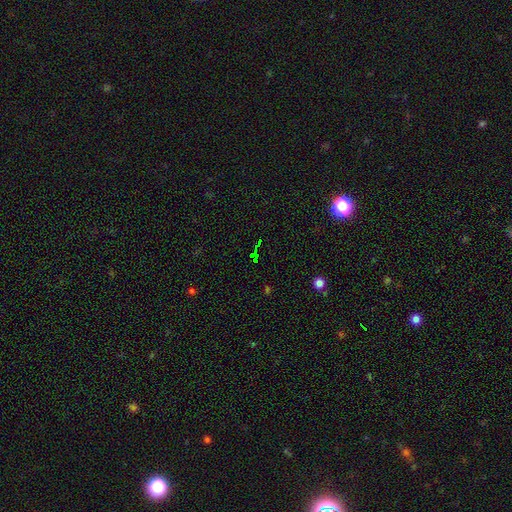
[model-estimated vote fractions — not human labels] This is likely a star or artifact rather than a galaxy (71%).